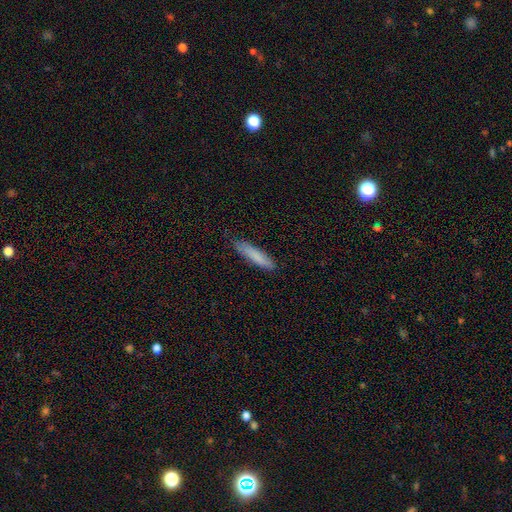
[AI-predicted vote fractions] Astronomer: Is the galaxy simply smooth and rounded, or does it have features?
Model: smooth — 82%.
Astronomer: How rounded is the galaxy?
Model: cigar-shaped — 85%.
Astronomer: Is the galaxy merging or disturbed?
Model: none — 83%.